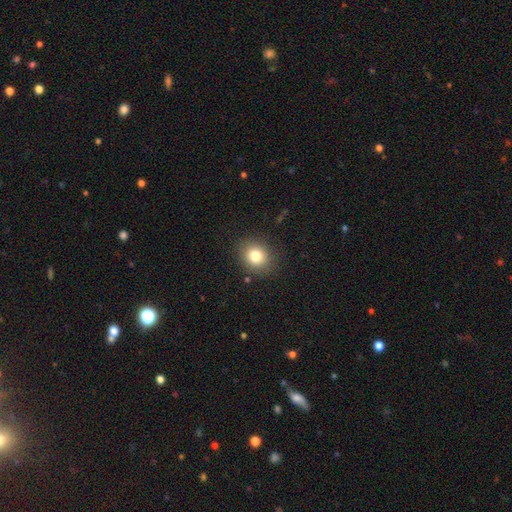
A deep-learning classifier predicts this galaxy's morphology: smooth-or-featured: smooth: 80% | star or artifact: 11% | featured or disk: 9%
  how-rounded: round: 66% | in between: 33% | cigar-shaped: 1%
  merging: none: 86% | minor disturbance: 9% | major disturbance: 3% | merger: 1%